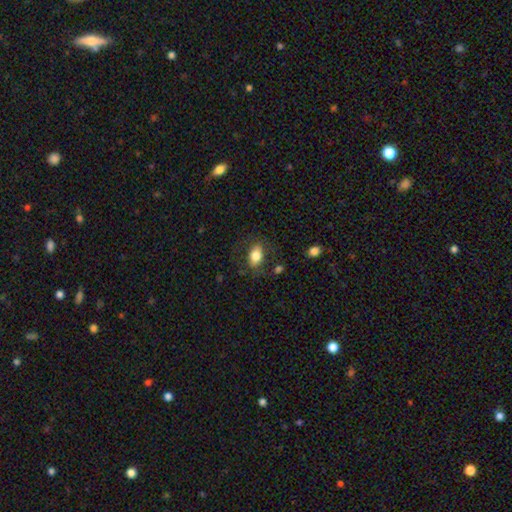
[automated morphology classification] Overall: smooth (80%). How rounded: in between (85%). Merging: none (78%).